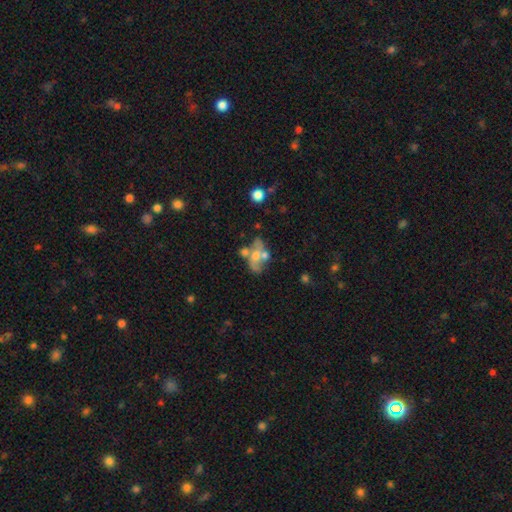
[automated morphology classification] Overall: featured or disk (53%; smooth 36%). Edge-on disk: no (93%). Merging: merger (39%; none 31%).